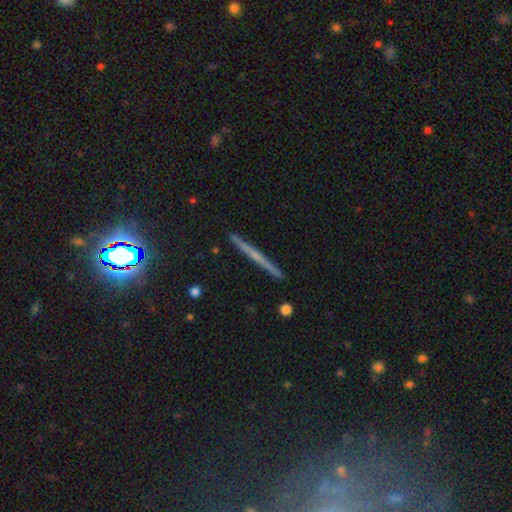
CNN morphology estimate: A featured or disk galaxy (62%) viewed edge-on (98%) with no central bulge (57%).

Vote fractions:
- Smooth or featured? featured or disk: 62% / smooth: 25% / star or artifact: 13%
- Edge-on disk? yes: 98% / no: 2%
- Edge-on bulge? none: 57% / rounded: 35% / boxy: 8%
- Merging? none: 92% / minor disturbance: 6% / major disturbance: 1% / merger: 1%